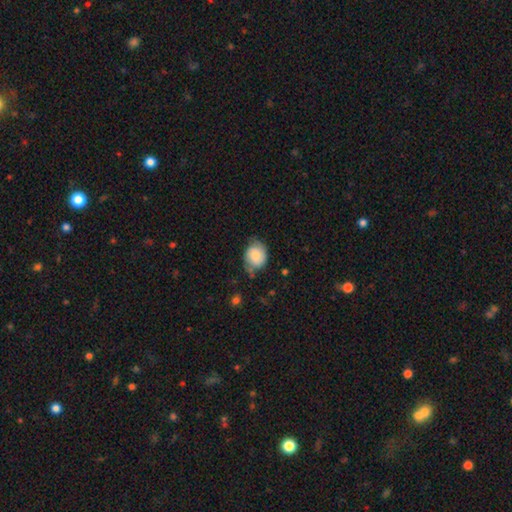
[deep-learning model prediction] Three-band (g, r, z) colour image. It shows a smooth galaxy with no disk features (64%) that is round (57%). Merging: none (54%).